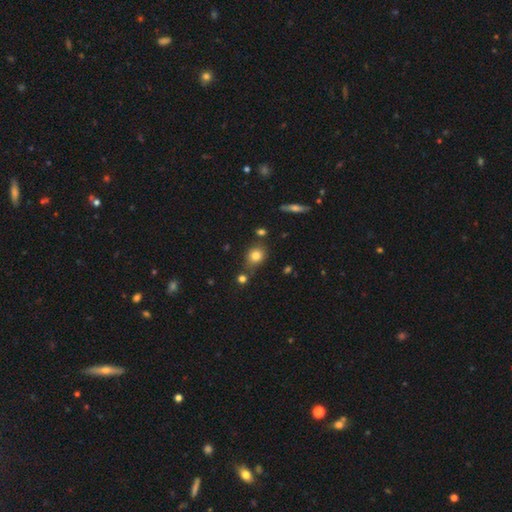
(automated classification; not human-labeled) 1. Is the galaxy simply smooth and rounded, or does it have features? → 81% smooth, 11% star or artifact, 8% featured or disk.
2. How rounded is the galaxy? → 66% round, 32% in between, 2% cigar-shaped.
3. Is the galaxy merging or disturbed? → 69% none, 15% minor disturbance, 12% merger, 4% major disturbance.